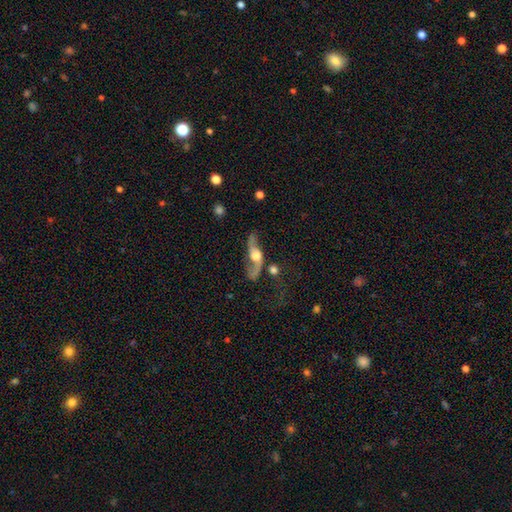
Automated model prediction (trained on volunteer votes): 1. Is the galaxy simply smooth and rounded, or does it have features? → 79% featured or disk, 15% smooth, 6% star or artifact.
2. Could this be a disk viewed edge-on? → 79% no, 21% yes.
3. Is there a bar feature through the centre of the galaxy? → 63% no, 28% weak, 9% strong.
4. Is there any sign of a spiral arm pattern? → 91% yes, 9% no.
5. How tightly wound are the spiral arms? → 82% loose, 14% medium, 4% tight.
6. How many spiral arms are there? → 92% 2, 3% can't tell, 3% 1, 1% 3, 1% 4, 1% more than 4.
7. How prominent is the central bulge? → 48% moderate, 36% large, 9% small, 4% dominant, 3% none.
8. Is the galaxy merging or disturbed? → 59% none, 18% minor disturbance, 15% major disturbance, 8% merger.